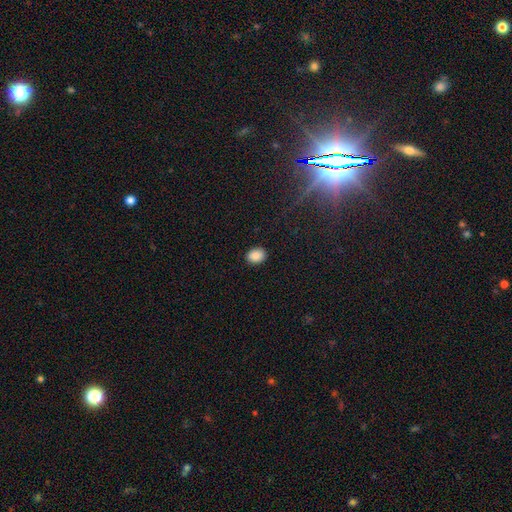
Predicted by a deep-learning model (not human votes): A smooth galaxy with no disk features (88%) that is in between round and cigar-shaped (61%).

Vote fractions:
- Smooth or featured? smooth: 88% / star or artifact: 9% / featured or disk: 3%
- How rounded? in between: 61% / round: 38% / cigar-shaped: 1%
- Merging? none: 89% / minor disturbance: 8% / major disturbance: 2% / merger: 1%